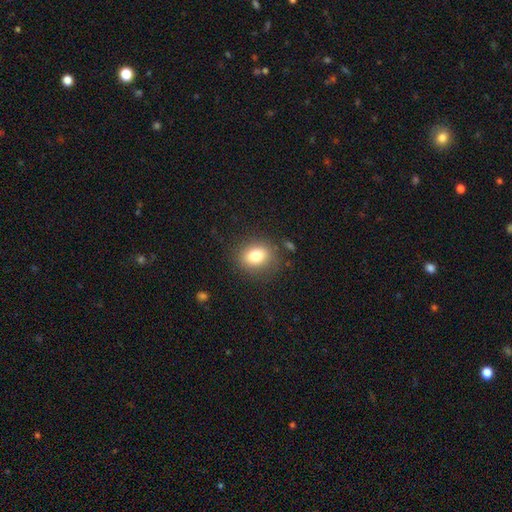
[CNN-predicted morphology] This is clearly a smooth galaxy (80%). How rounded: possibly round (52%). Merging: clearly none (83%).